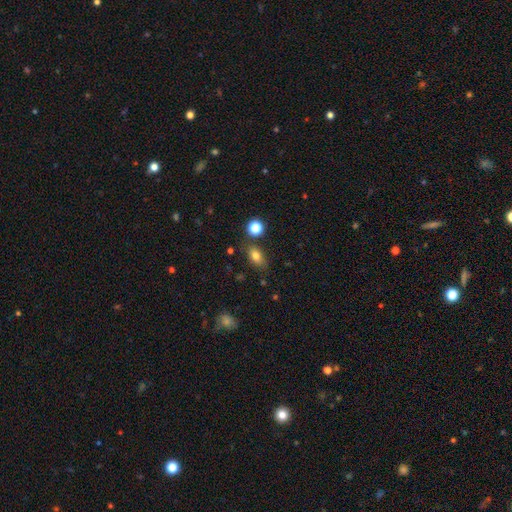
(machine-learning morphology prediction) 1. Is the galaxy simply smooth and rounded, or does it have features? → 78% smooth, 12% star or artifact, 10% featured or disk.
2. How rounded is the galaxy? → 81% in between, 15% round, 3% cigar-shaped.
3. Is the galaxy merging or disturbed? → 76% none, 14% minor disturbance, 6% merger, 4% major disturbance.